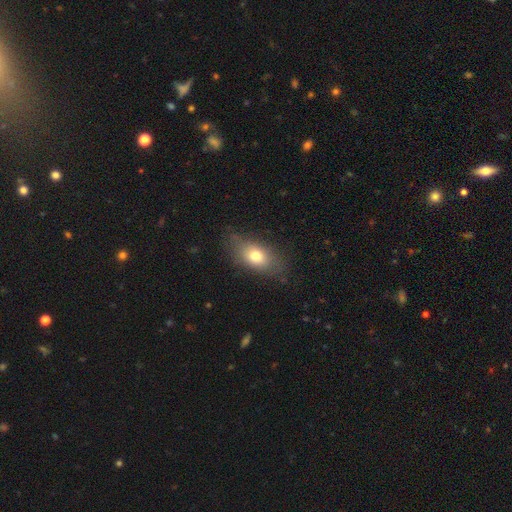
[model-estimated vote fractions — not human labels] Smooth or featured? smooth (74%)
How rounded? in between (83%)
Merging? none (75%)